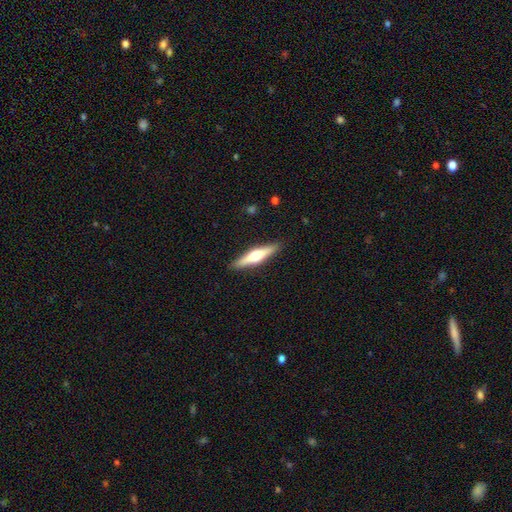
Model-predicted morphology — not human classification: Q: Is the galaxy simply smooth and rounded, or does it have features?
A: featured or disk — 57%.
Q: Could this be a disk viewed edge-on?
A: yes — 96%.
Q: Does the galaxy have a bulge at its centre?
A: rounded — 92%.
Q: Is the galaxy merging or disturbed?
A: none — 91%.